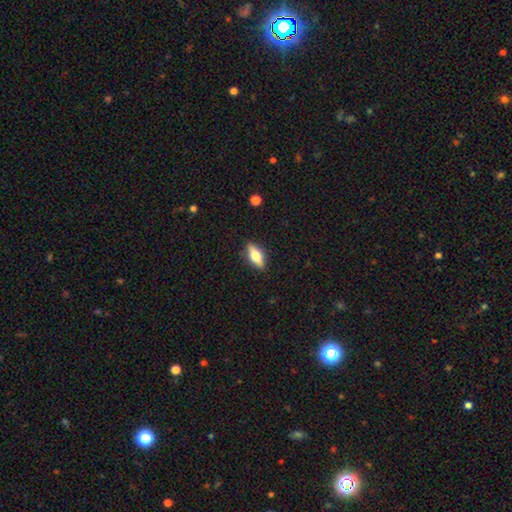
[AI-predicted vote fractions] The model was most divided on "smooth or featured": smooth: 55%, featured or disk: 38%, star or artifact: 7%. More confident: merging — none (87%); how rounded — in between (73%).